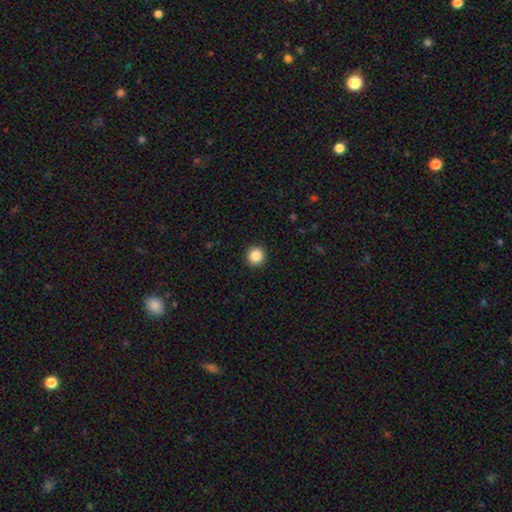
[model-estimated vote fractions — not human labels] Smooth or featured? smooth (86%)
How rounded? round (95%)
Merging? none (93%)